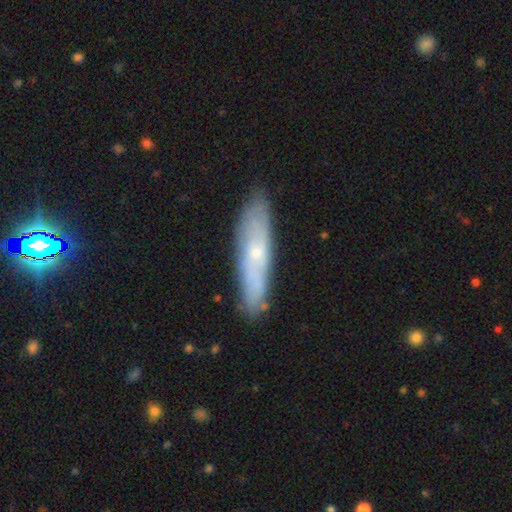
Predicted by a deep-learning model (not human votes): The model was most divided on "edge-on disk": no: 52%, yes: 48%. More confident: merging — none (84%); smooth or featured — featured or disk (51%).